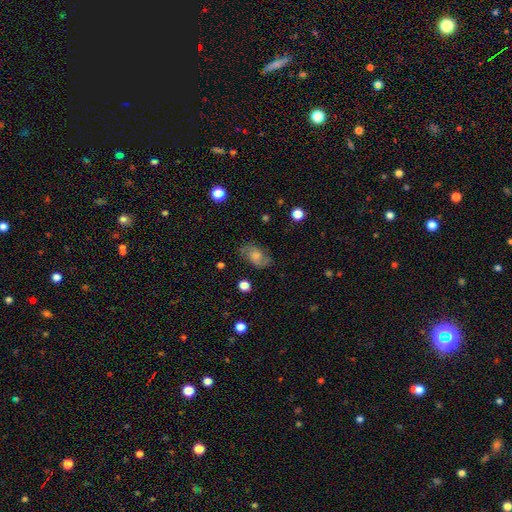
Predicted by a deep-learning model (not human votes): featured or disk 51%, smooth 34%, star or artifact 15%. Down the decision tree: edge-on disk — no (94%); merging — none (76%).